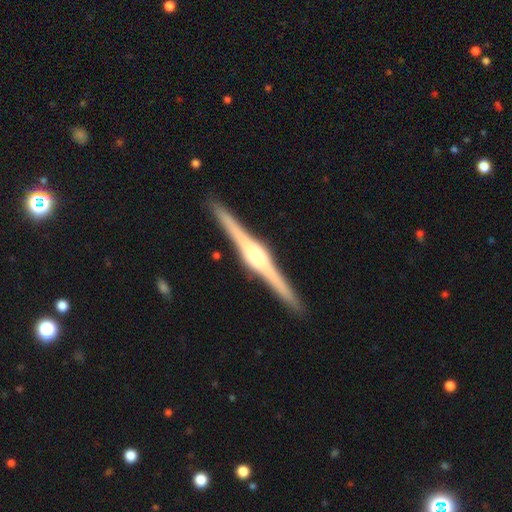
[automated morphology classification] This is clearly a featured or disk galaxy (86%). It is clearly viewed edge-on (99%). Edge-on bulge: likely rounded (69%). Merging: clearly none (91%).